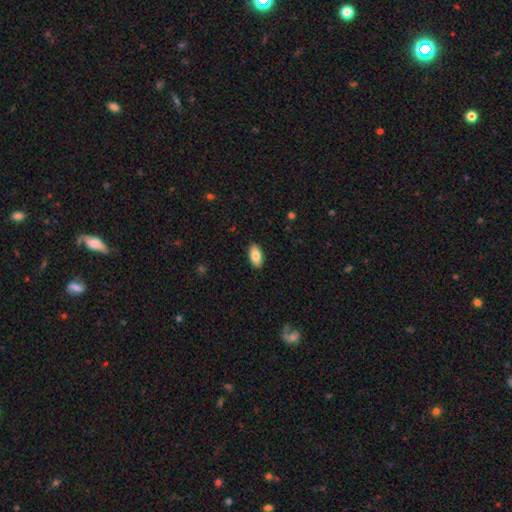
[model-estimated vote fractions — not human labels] smooth-or-featured: smooth: 82% | featured or disk: 12% | star or artifact: 7%
  how-rounded: in between: 93% | cigar-shaped: 4% | round: 3%
  merging: none: 89% | minor disturbance: 8% | major disturbance: 2% | merger: 1%